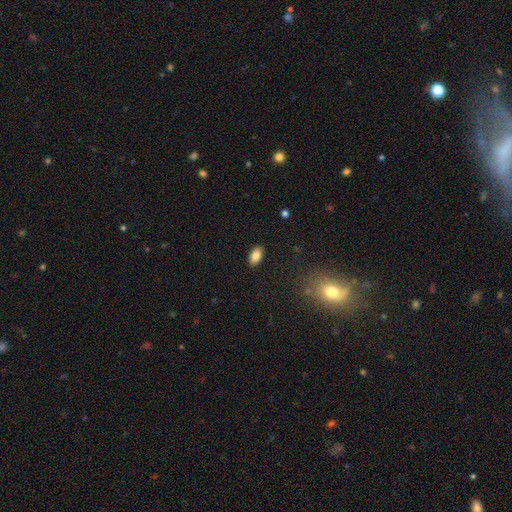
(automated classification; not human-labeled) smooth_or_featured: smooth (p=0.83) [alt: featured or disk p=0.09]
how_rounded: in between (p=0.93) [alt: round p=0.04]
merging: none (p=0.89) [alt: minor disturbance p=0.08]